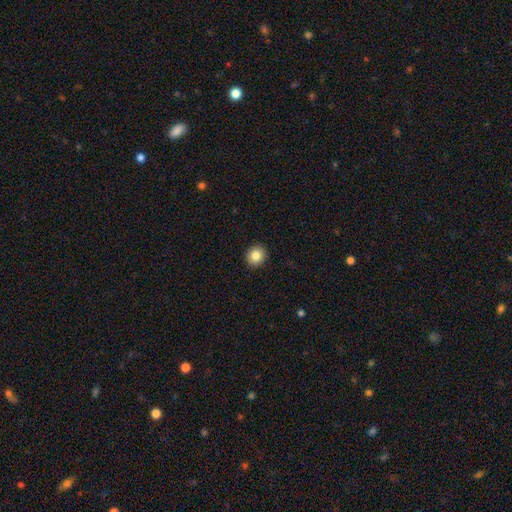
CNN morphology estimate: smooth-or-featured: smooth: 84% | star or artifact: 10% | featured or disk: 7%
  how-rounded: round: 84% | in between: 15% | cigar-shaped: 1%
  merging: none: 92% | minor disturbance: 5% | major disturbance: 2% | merger: 1%